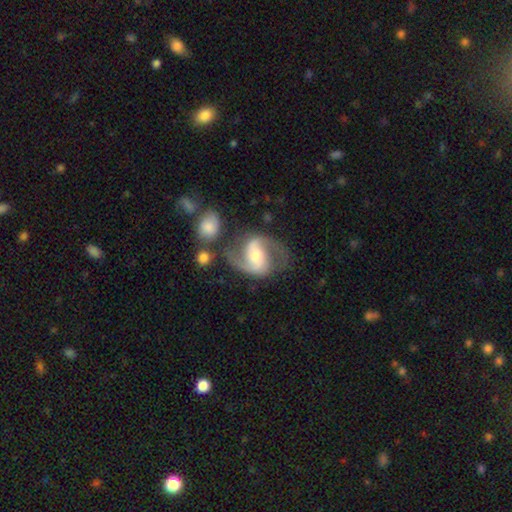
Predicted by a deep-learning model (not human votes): smooth_or_featured: featured or disk (p=0.88) [alt: smooth p=0.07]
disk_edge_on: no (p=0.97) [alt: yes p=0.03]
bar: strong (p=0.39) [alt: weak p=0.38]
has_spiral_arms: yes (p=0.97) [alt: no p=0.03]
spiral_winding: medium (p=0.56) [alt: loose p=0.32]
spiral_arm_count: 2 (p=0.93) [alt: can't tell p=0.02]
bulge_size: moderate (p=0.63) [alt: small p=0.29]
merging: none (p=0.69) [alt: minor disturbance p=0.15]